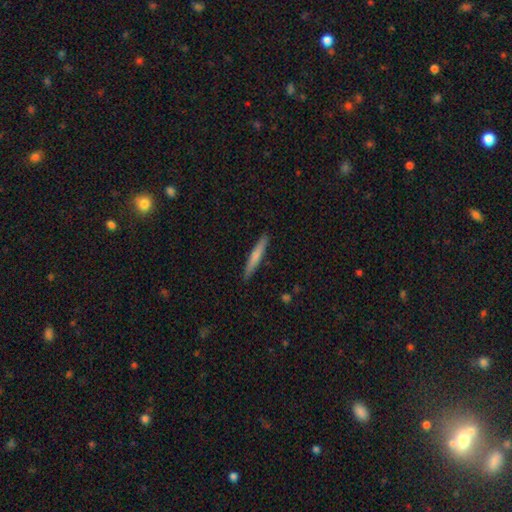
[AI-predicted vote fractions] Smooth or featured?
  - smooth: 70% *
  - featured or disk: 25%
  - star or artifact: 5%
How rounded?
  - cigar-shaped: 95% *
  - in between: 4%
  - round: 1%
Merging?
  - none: 91% *
  - minor disturbance: 7%
  - major disturbance: 1%
  - merger: 1%